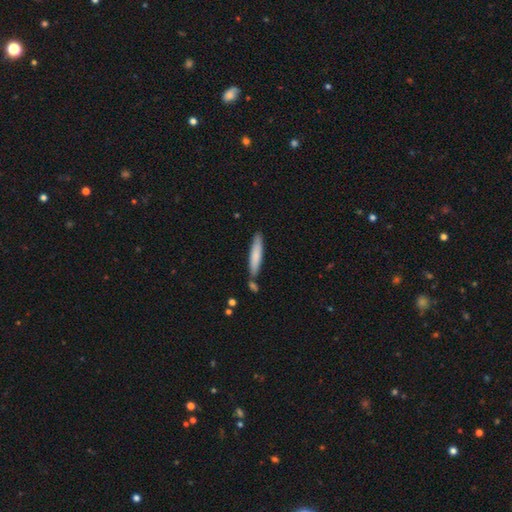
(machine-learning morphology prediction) smooth-or-featured: smooth: 77% | featured or disk: 17% | star or artifact: 5%
  how-rounded: cigar-shaped: 88% | in between: 10% | round: 1%
  merging: none: 75% | minor disturbance: 13% | merger: 10% | major disturbance: 3%